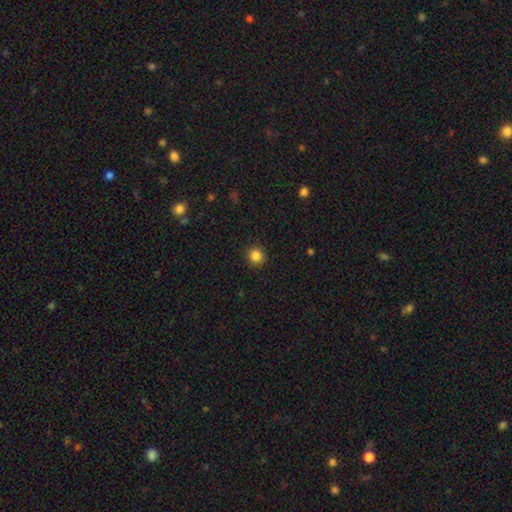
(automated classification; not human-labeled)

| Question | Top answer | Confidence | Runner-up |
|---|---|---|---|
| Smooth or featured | smooth | 86% | star or artifact (11%) |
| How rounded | round | 91% | in between (8%) |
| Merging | none | 91% | minor disturbance (6%) |